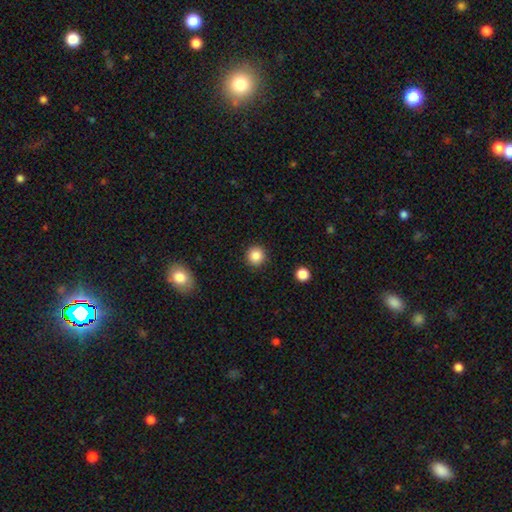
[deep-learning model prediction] Overall: smooth (86%). How rounded: round (94%). Merging: none (91%).